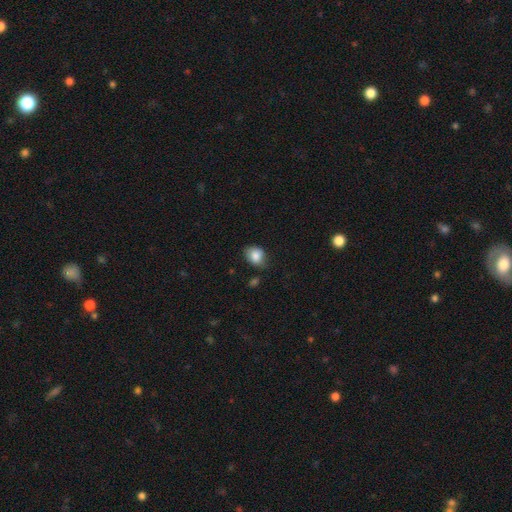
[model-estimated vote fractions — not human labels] Smooth or featured: smooth — 84% (star or artifact — 8%)
How rounded: in between — 54% (round — 45%)
Merging: none — 62% (minor disturbance — 29%)